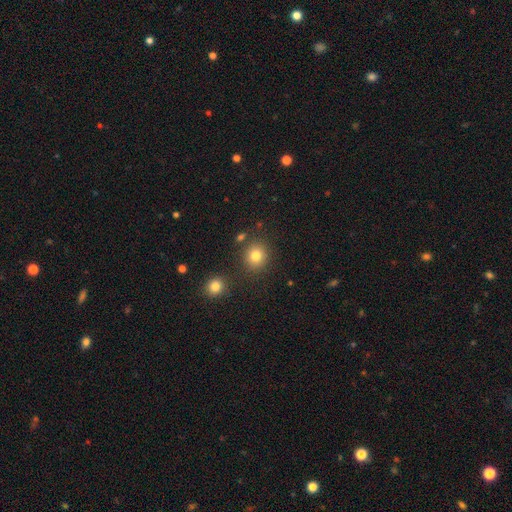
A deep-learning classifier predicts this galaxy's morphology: The model was most divided on "smooth or featured": smooth: 80%, star or artifact: 13%, featured or disk: 7%. More confident: how rounded — round (84%); merging — none (84%).